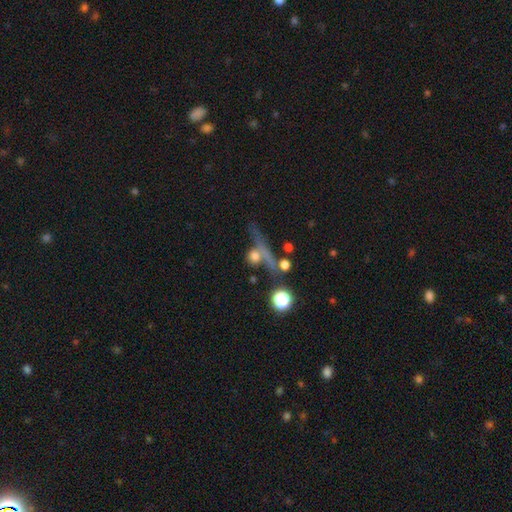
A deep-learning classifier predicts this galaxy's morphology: smooth 56%, featured or disk 25%, star or artifact 19%. Down the decision tree: how rounded — round (69%); merging — none (45%).